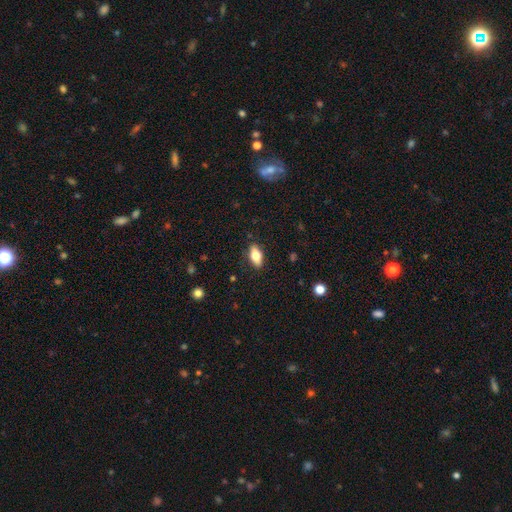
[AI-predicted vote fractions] A smooth galaxy with no disk features (74%) that is in between round and cigar-shaped (83%). Merging: none (87%).